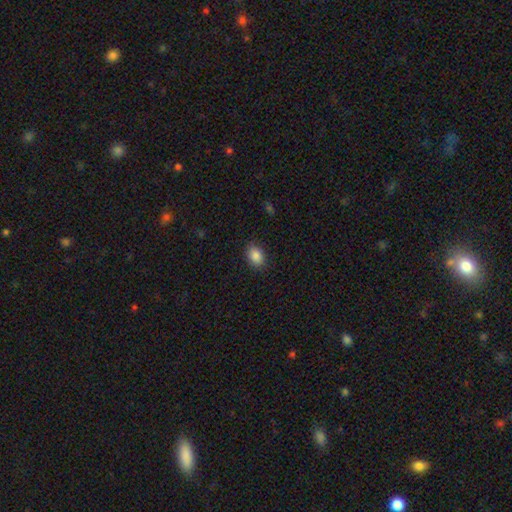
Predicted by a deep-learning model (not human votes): Overall: smooth (87%). How rounded: in between (72%). Merging: none (86%).